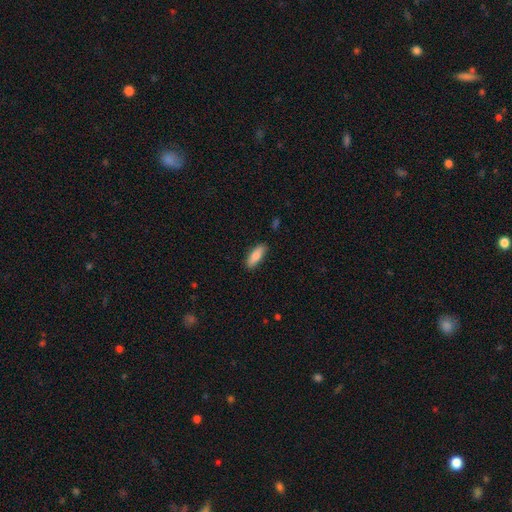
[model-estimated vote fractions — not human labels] Overall: smooth (81%). How rounded: in between (57%; cigar-shaped 41%). Merging: none (86%).